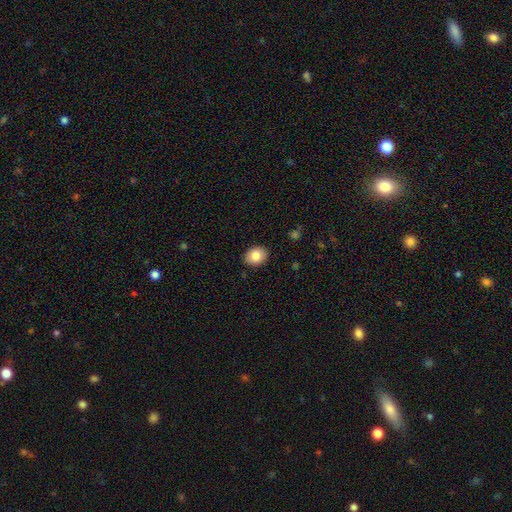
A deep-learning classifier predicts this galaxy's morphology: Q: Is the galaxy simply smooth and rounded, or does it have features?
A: smooth — 84%.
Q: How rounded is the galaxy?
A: in between — 60%.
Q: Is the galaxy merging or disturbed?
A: none — 90%.